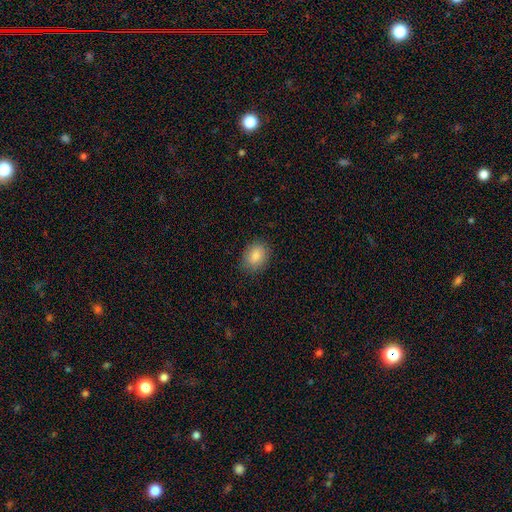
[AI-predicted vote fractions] This is clearly a smooth galaxy (84%). How rounded: possibly in between (59%). Merging: clearly none (85%).